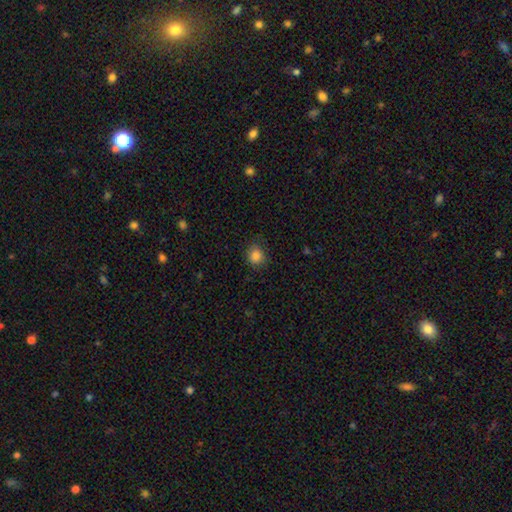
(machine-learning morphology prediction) The model was most divided on "how rounded": round: 76%, in between: 23%, cigar-shaped: 1%. More confident: smooth or featured — smooth (85%); merging — none (82%).